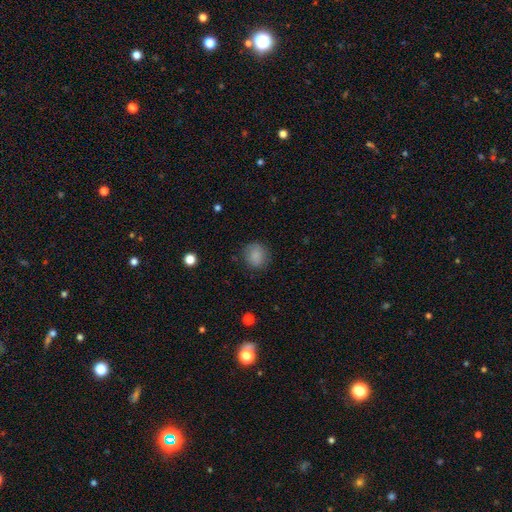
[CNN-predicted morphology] smooth 86%, star or artifact 9%, featured or disk 5%. Down the decision tree: how rounded — round (82%); merging — none (84%).